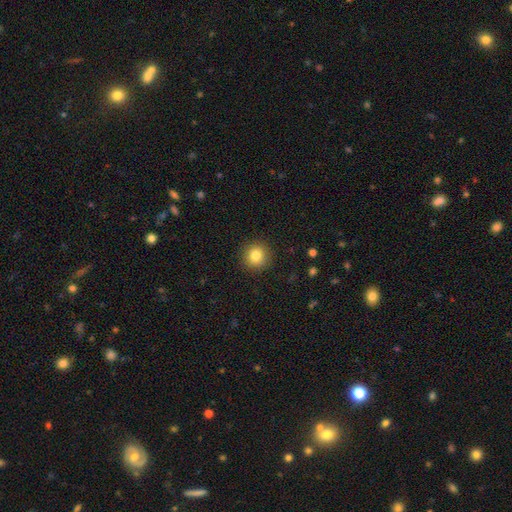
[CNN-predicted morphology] Smooth or featured? Predicted: smooth (p=0.82). How rounded? Predicted: round (p=0.94). Merging? Predicted: none (p=0.92).